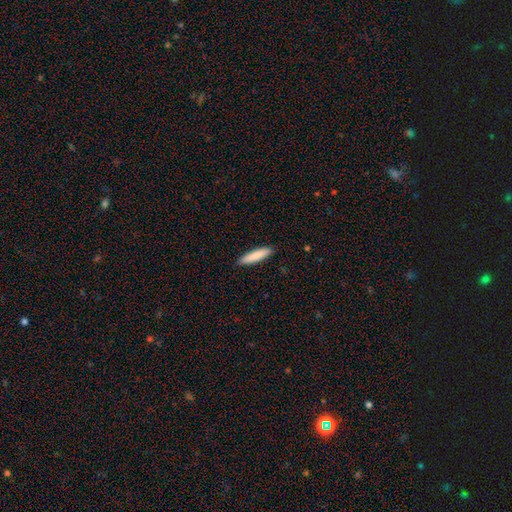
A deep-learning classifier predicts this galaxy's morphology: Smooth or featured? smooth (86%)
How rounded? cigar-shaped (82%)
Merging? none (90%)